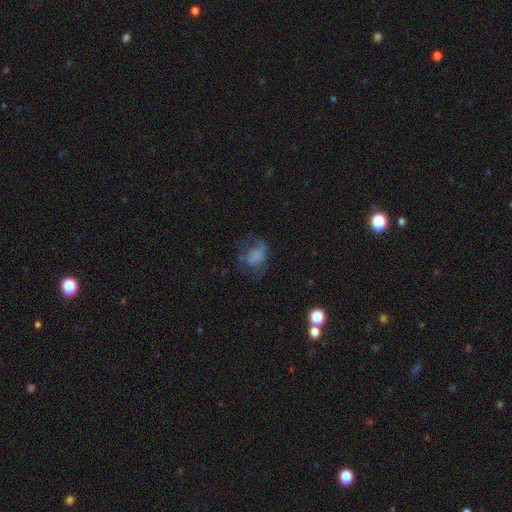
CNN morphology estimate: Smooth or featured? smooth (52%)
How rounded? in between (65%)
Merging? none (38%)